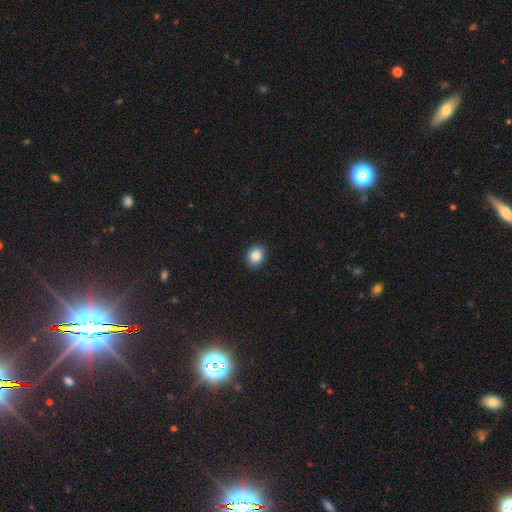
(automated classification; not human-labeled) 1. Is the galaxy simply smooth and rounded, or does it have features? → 85% smooth, 9% star or artifact, 6% featured or disk.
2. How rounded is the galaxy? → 61% round, 38% in between, 1% cigar-shaped.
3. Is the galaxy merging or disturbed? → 90% none, 7% minor disturbance, 2% major disturbance, 1% merger.